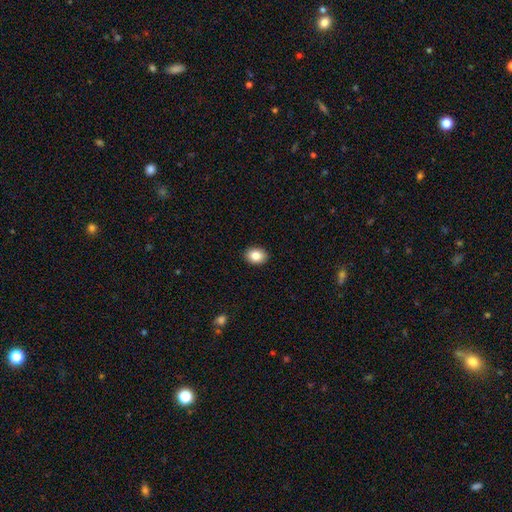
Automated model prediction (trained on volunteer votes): Smooth or featured: smooth — 85% (star or artifact — 9%)
How rounded: in between — 61% (round — 38%)
Merging: none — 91% (minor disturbance — 6%)